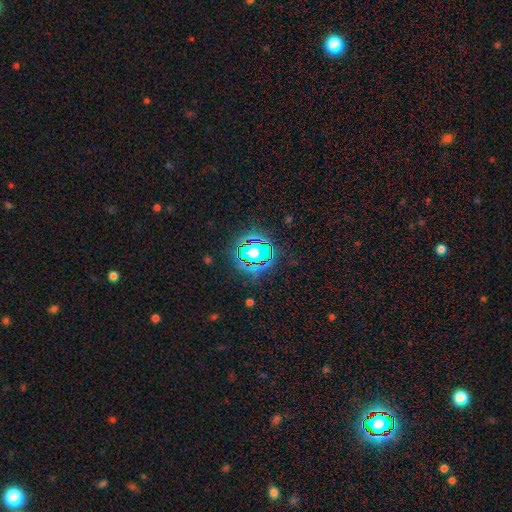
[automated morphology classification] Overall: star or artifact (82%).